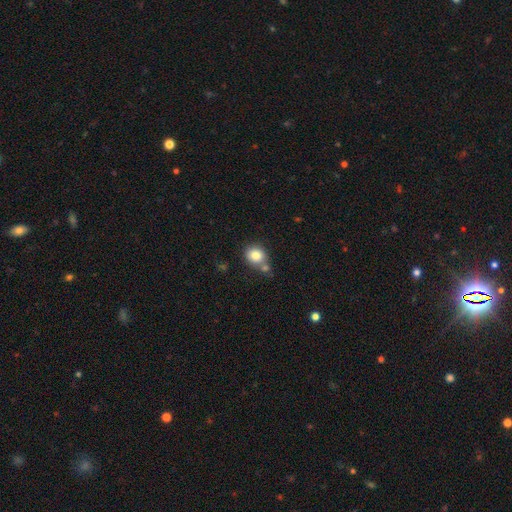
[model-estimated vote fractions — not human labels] This is clearly a smooth galaxy (81%). How rounded: likely round (76%). Merging: possibly none (54%).